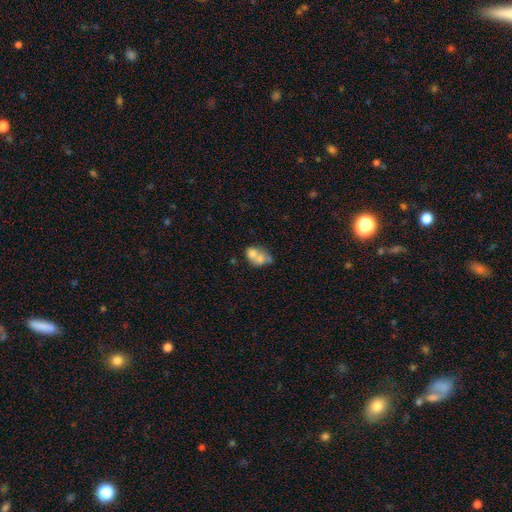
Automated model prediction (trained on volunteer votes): Overall: smooth (62%; featured or disk 28%). How rounded: in between (56%; round 42%). Merging: merger (64%).